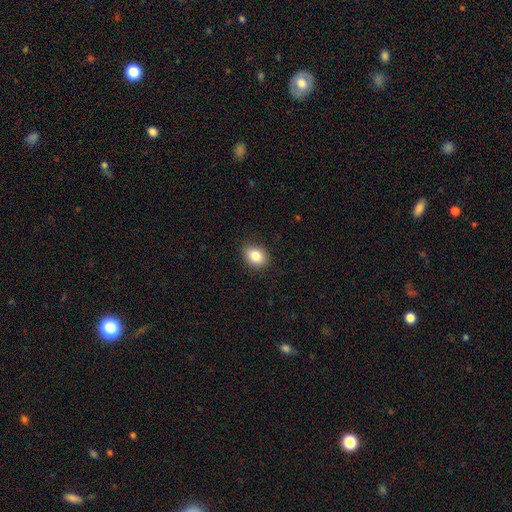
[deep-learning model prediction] smooth_or_featured: smooth (p=0.84) [alt: star or artifact p=0.09]
how_rounded: in between (p=0.71) [alt: round p=0.28]
merging: none (p=0.87) [alt: minor disturbance p=0.10]